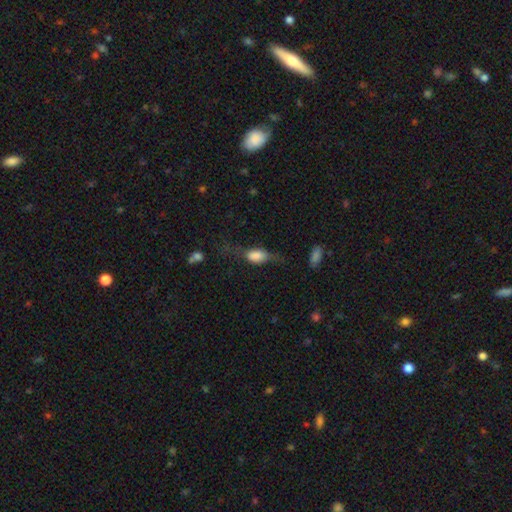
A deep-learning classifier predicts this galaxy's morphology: smooth 66%, featured or disk 26%, star or artifact 8%. Down the decision tree: how rounded — in between (81%); merging — none (38%).